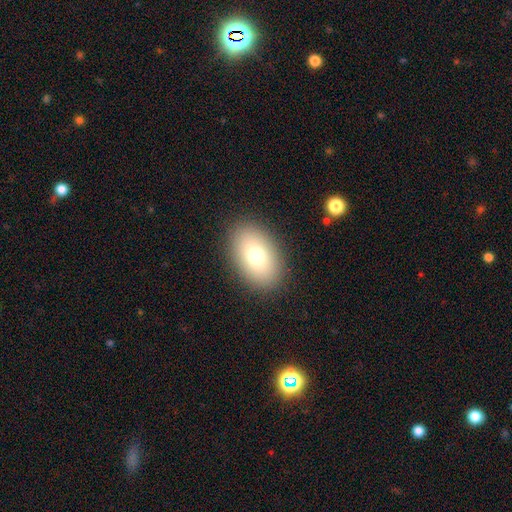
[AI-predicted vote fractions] Smooth or featured? Predicted: smooth (p=0.75). How rounded? Predicted: in between (p=0.87). Merging? Predicted: none (p=0.88).